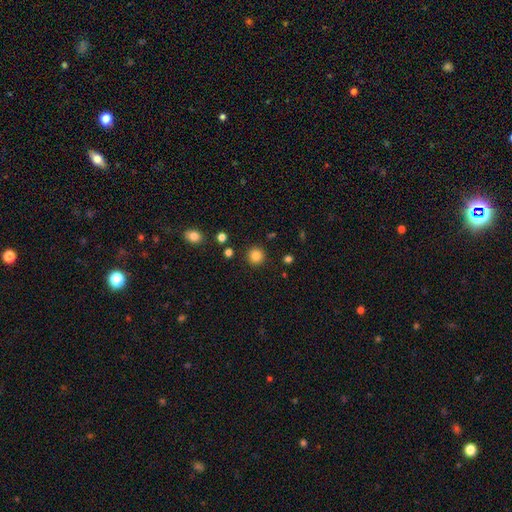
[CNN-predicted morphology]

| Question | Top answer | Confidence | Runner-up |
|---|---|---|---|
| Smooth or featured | smooth | 84% | star or artifact (12%) |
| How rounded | round | 94% | in between (5%) |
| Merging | none | 91% | minor disturbance (5%) |